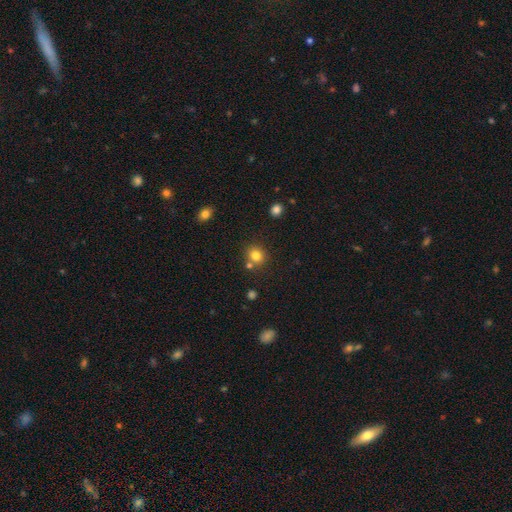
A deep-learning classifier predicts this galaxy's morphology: smooth_or_featured: smooth (p=0.80) [alt: star or artifact p=0.13]
how_rounded: round (p=0.85) [alt: in between p=0.14]
merging: none (p=0.72) [alt: merger p=0.16]